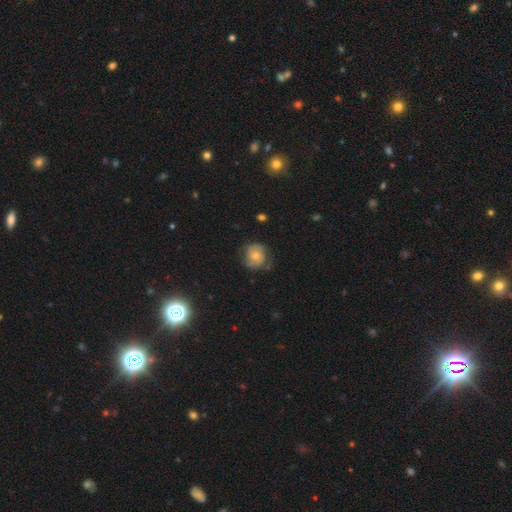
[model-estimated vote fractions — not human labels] Overall: featured or disk (50%; smooth 42%). Edge-on disk: no (97%). Merging: none (64%; minor disturbance 25%).